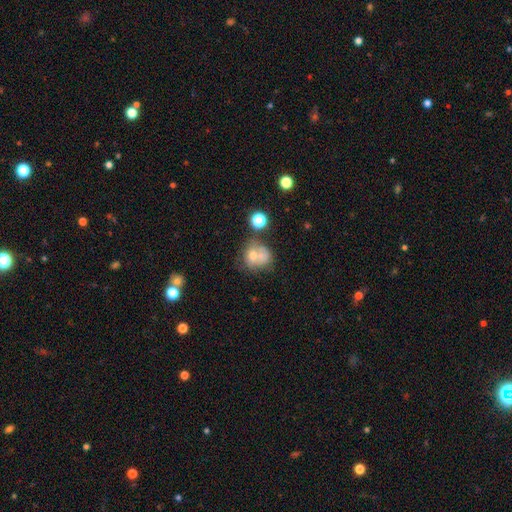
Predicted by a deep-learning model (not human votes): The model was most divided on "merging": merger: 48%, none: 29%, minor disturbance: 14%, major disturbance: 9%. More confident: how rounded — round (69%); smooth or featured — smooth (64%).